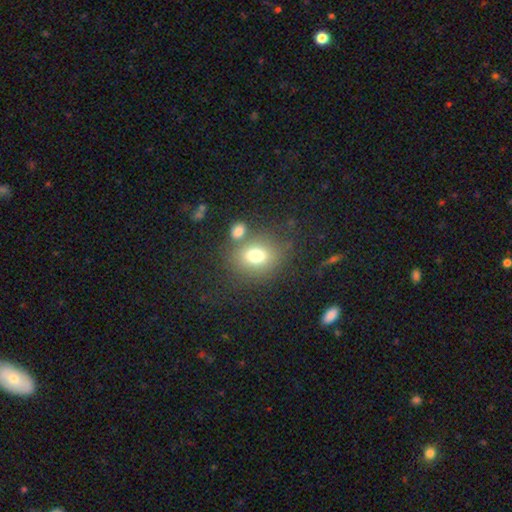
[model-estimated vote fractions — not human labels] This appears to be a smooth galaxy with no disk features (74%) that is in between round and cigar-shaped (52%). Merging: none (63%).